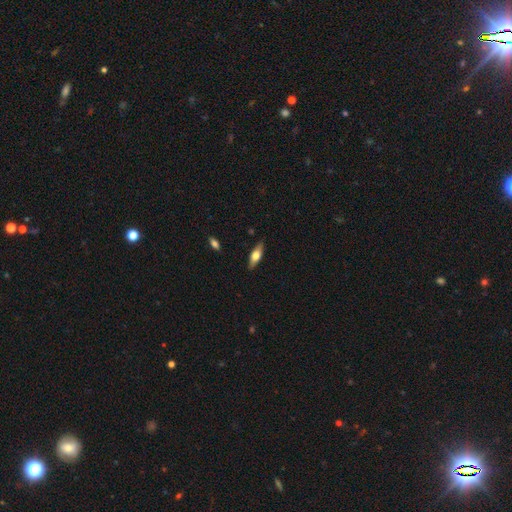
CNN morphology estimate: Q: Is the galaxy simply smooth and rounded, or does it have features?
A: smooth — 48%.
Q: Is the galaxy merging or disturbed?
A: none — 85%.